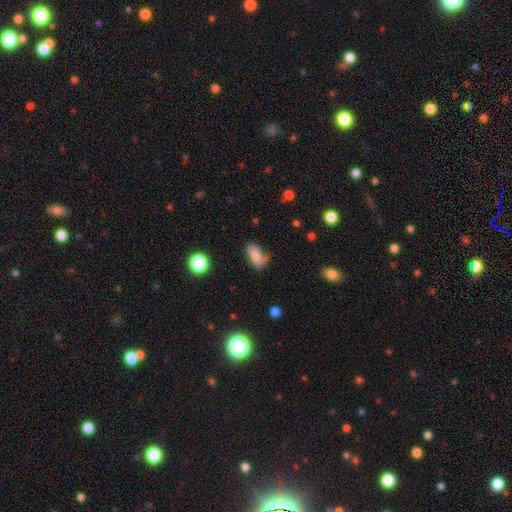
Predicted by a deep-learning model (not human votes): Overall: smooth (75%). How rounded: in between (89%). Merging: none (49%; minor disturbance 31%).